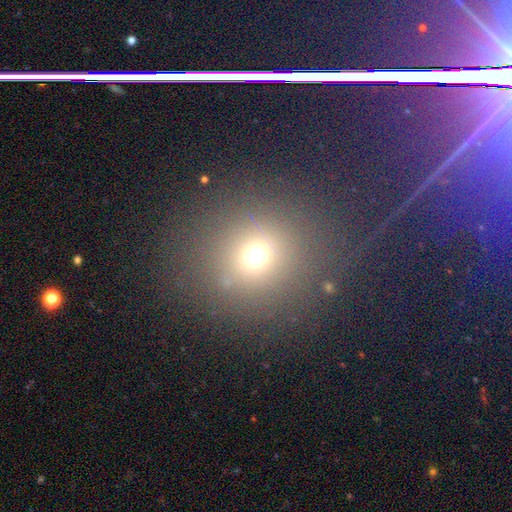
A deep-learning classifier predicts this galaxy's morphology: Smooth or featured?
  - smooth: 67% *
  - star or artifact: 24%
  - featured or disk: 9%
How rounded?
  - round: 89% *
  - in between: 9%
  - cigar-shaped: 1%
Merging?
  - none: 82% *
  - minor disturbance: 8%
  - major disturbance: 6%
  - merger: 3%